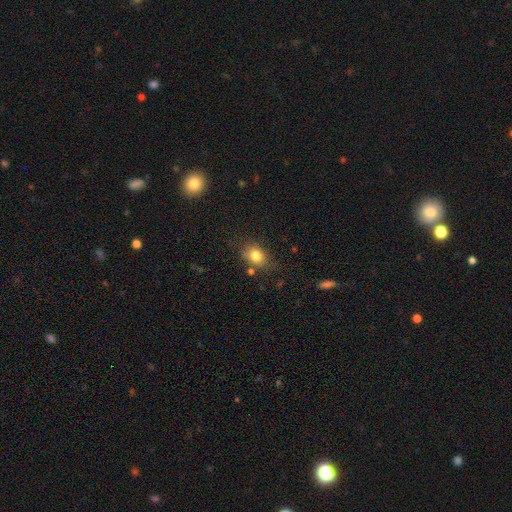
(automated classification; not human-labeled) This is clearly a smooth galaxy (81%). How rounded: possibly in between (52%). Merging: likely none (74%).